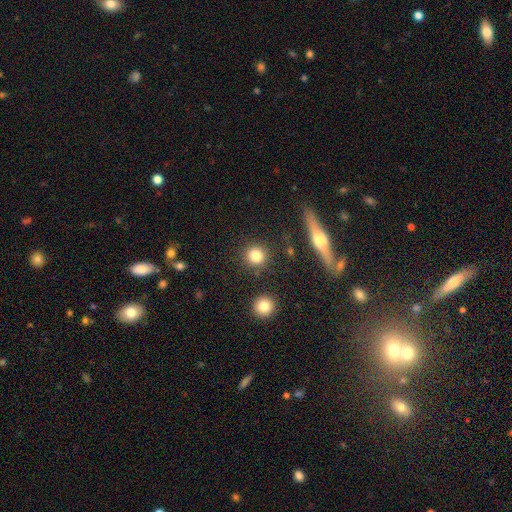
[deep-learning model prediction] Q: Smooth or featured?
A: smooth (81%); runner-up: star or artifact (12%)
Q: How rounded?
A: round (92%); runner-up: in between (7%)
Q: Merging?
A: none (87%); runner-up: minor disturbance (7%)